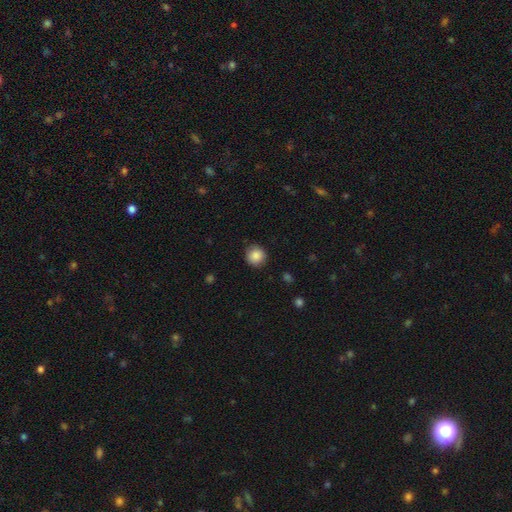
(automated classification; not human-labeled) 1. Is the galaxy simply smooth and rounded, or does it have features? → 87% smooth, 9% star or artifact, 4% featured or disk.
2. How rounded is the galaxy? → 92% round, 7% in between, 1% cigar-shaped.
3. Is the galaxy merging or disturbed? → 88% none, 9% minor disturbance, 2% major disturbance, 1% merger.